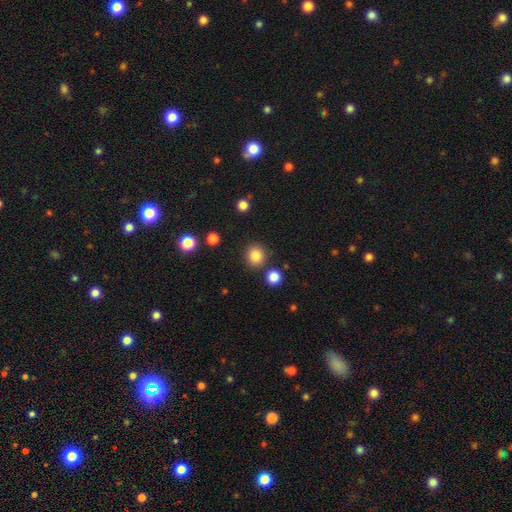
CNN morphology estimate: smooth-or-featured: smooth: 85% | star or artifact: 10% | featured or disk: 4%
  how-rounded: round: 87% | in between: 12% | cigar-shaped: 1%
  merging: none: 84% | minor disturbance: 7% | merger: 6% | major disturbance: 3%